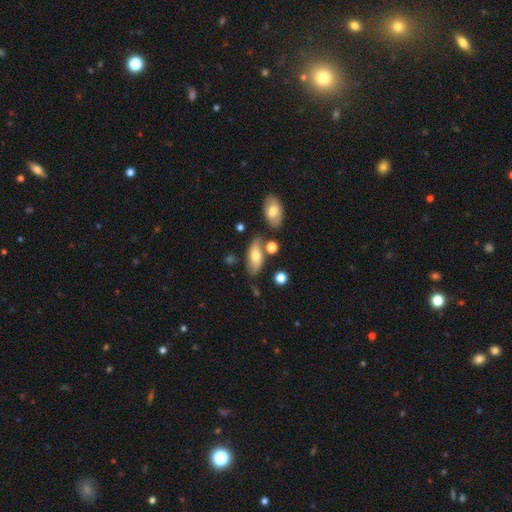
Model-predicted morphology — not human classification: A smooth galaxy with no disk features (63%) that is in between round and cigar-shaped (81%). Merging: none (68%).